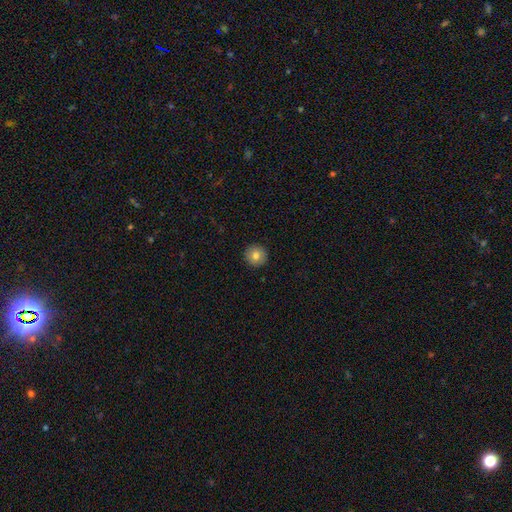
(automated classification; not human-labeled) Smooth or featured? smooth (80%)
How rounded? round (95%)
Merging? none (93%)